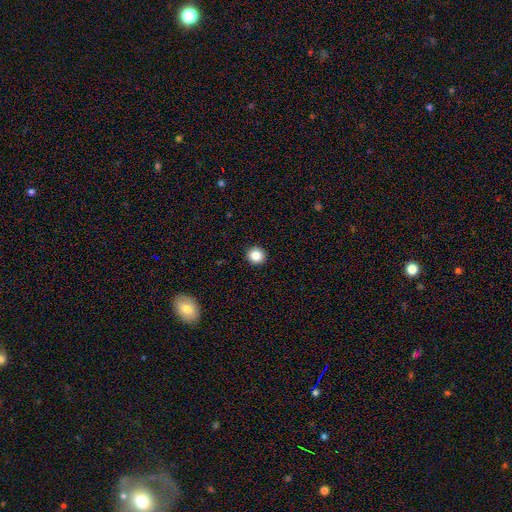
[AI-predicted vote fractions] Morphology: type=smooth (86%); roundness=round (90%); merging=none (93%).